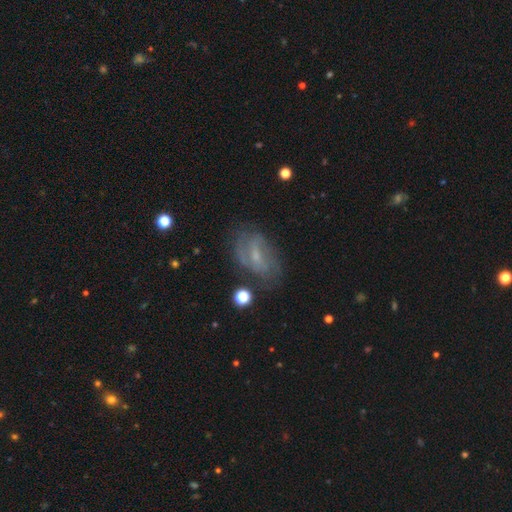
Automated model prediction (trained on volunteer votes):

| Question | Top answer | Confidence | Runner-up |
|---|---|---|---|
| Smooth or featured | featured or disk | 63% | smooth (27%) |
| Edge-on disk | no | 93% | yes (7%) |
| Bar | weak | 52% | no (29%) |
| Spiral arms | yes | 75% | no (25%) |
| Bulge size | small | 60% | moderate (21%) |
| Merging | none | 64% | minor disturbance (21%) |